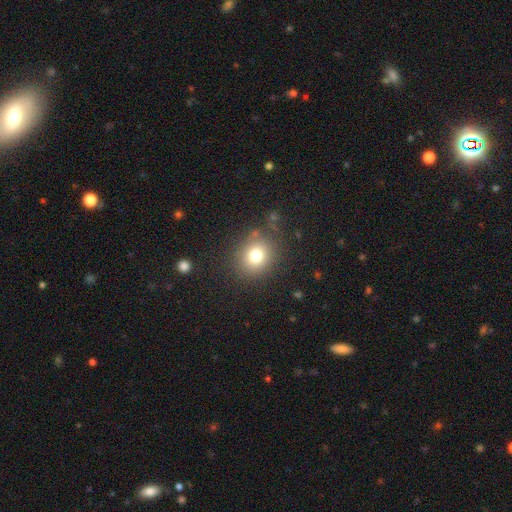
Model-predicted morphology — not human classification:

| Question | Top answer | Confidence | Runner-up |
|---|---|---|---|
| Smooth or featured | smooth | 76% | star or artifact (14%) |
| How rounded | round | 77% | in between (23%) |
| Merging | none | 82% | minor disturbance (10%) |